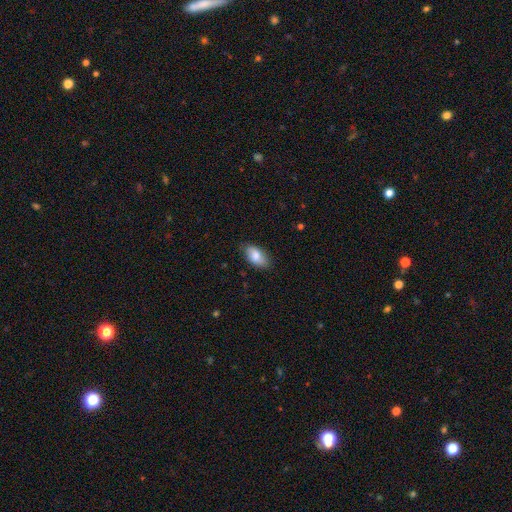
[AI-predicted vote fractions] Smooth or featured?
  - smooth: 80% *
  - featured or disk: 14%
  - star or artifact: 6%
How rounded?
  - in between: 93% *
  - round: 4%
  - cigar-shaped: 3%
Merging?
  - none: 80% *
  - minor disturbance: 16%
  - major disturbance: 3%
  - merger: 1%